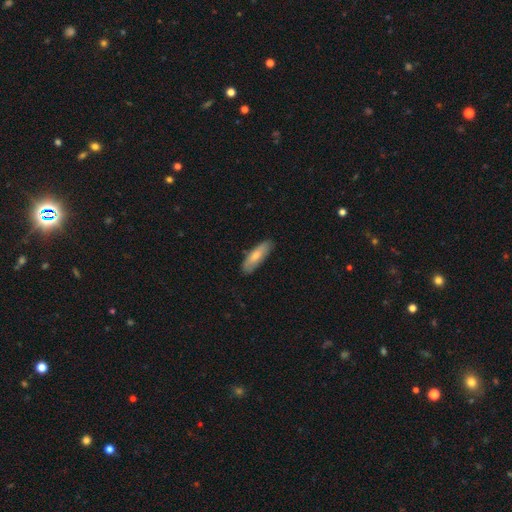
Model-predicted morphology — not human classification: smooth-or-featured: smooth: 74% | featured or disk: 21% | star or artifact: 5%
  how-rounded: cigar-shaped: 50% | in between: 48% | round: 2%
  merging: none: 83% | minor disturbance: 13% | major disturbance: 2% | merger: 1%